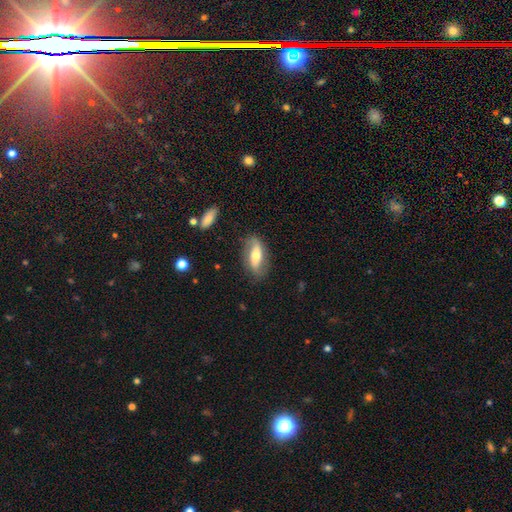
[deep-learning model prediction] smooth-or-featured: featured or disk: 55% | smooth: 38% | star or artifact: 7%
  disk-edge-on: no: 85% | yes: 15%
  merging: none: 75% | minor disturbance: 17% | major disturbance: 6% | merger: 2%